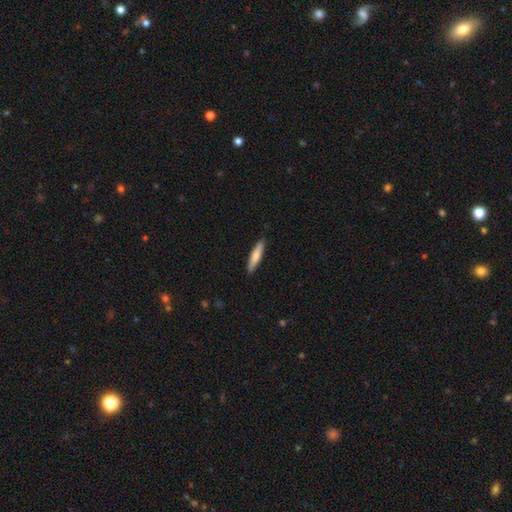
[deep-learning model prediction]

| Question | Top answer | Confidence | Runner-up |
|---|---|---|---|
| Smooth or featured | smooth | 74% | featured or disk (21%) |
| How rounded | cigar-shaped | 85% | in between (13%) |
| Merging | none | 88% | minor disturbance (9%) |